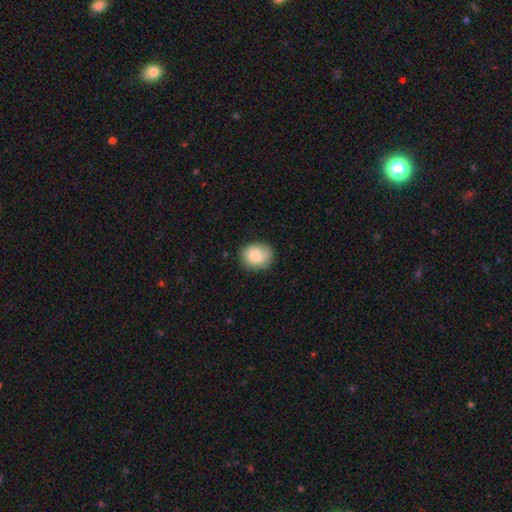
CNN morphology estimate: This appears to be a smooth galaxy with no disk features (82%) that is round (62%). Merging: none (74%).